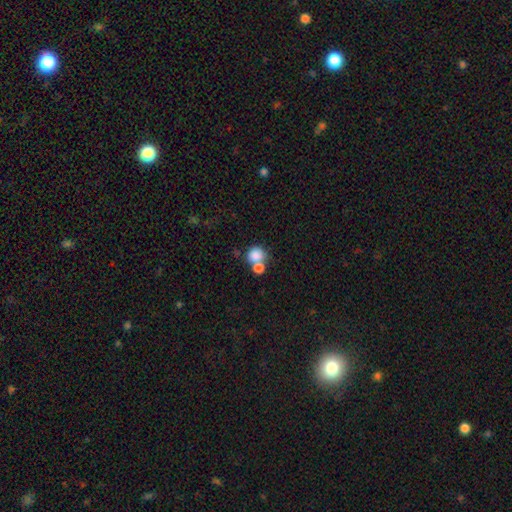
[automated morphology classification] Overall: smooth (81%). How rounded: round (81%). Merging: merger (51%; none 38%).